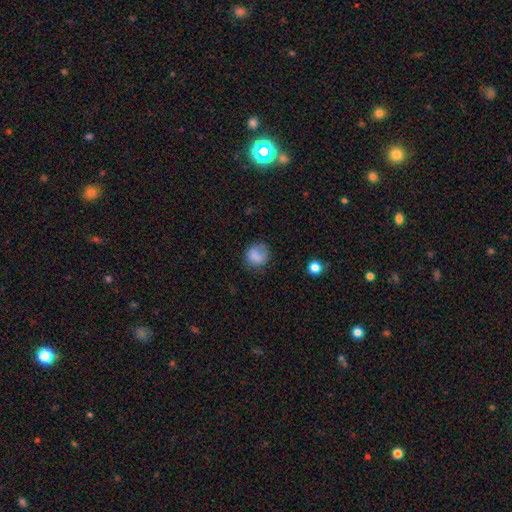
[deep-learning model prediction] A smooth galaxy with no disk features (82%) that is round (82%).

Vote fractions:
- Smooth or featured? smooth: 82% / star or artifact: 9% / featured or disk: 9%
- How rounded? round: 82% / in between: 17% / cigar-shaped: 1%
- Merging? none: 69% / minor disturbance: 21% / major disturbance: 9% / merger: 2%